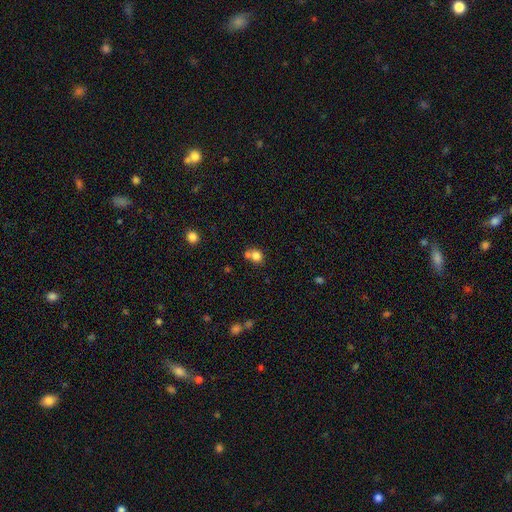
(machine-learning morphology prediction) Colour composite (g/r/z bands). It shows a smooth galaxy with no disk features (80%) that is round (67%). Merging: none (49%).